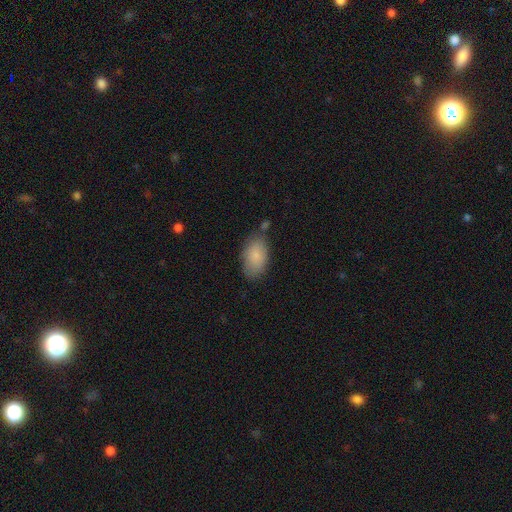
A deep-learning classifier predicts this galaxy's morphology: Overall: smooth (85%). How rounded: in between (93%). Merging: none (73%).